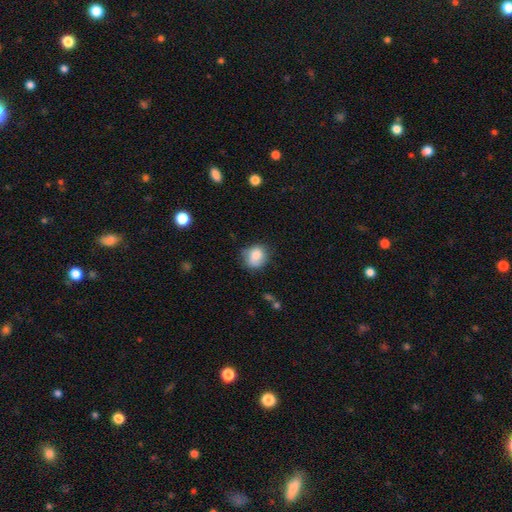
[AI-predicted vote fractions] Q: Smooth or featured?
A: smooth (82%); runner-up: featured or disk (10%)
Q: How rounded?
A: round (71%); runner-up: in between (28%)
Q: Merging?
A: none (65%); runner-up: minor disturbance (26%)